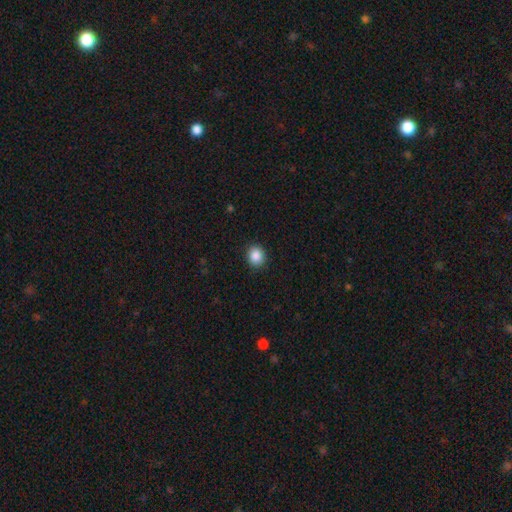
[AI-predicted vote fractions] A smooth galaxy with no disk features (88%) that is round (71%). Merging: none (90%).